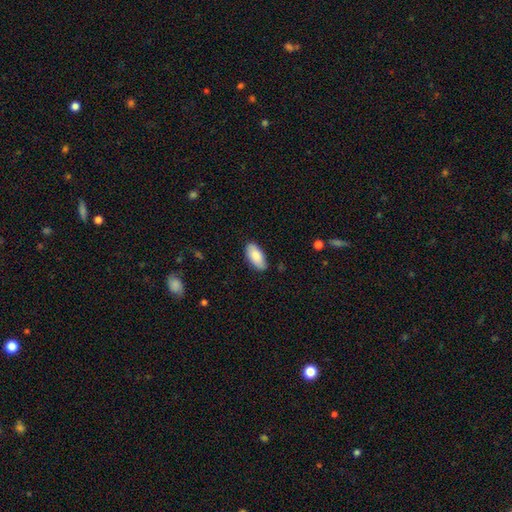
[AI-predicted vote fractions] Overall: smooth (85%). How rounded: in between (91%). Merging: none (84%).